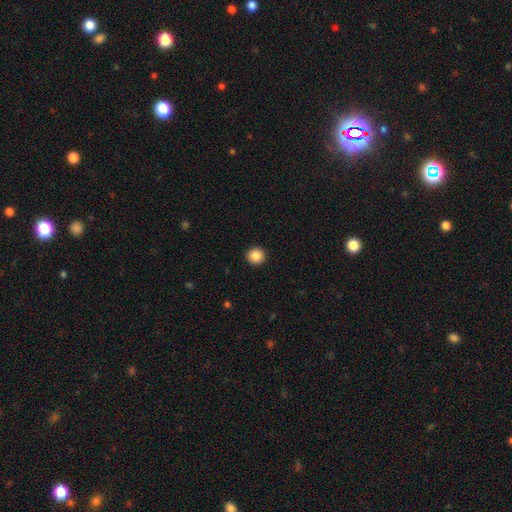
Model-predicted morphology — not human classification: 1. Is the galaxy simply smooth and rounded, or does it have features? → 87% smooth, 9% star or artifact, 3% featured or disk.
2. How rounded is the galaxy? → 96% round, 3% in between, 1% cigar-shaped.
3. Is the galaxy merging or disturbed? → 94% none, 4% minor disturbance, 1% major disturbance, 1% merger.